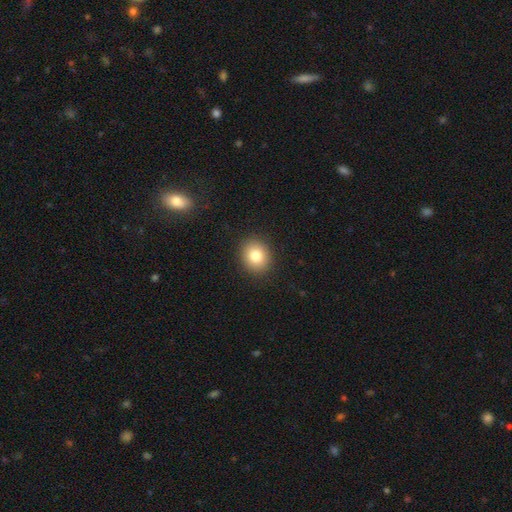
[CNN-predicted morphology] smooth-or-featured: smooth: 82% | star or artifact: 10% | featured or disk: 9%
  how-rounded: round: 70% | in between: 29% | cigar-shaped: 1%
  merging: none: 91% | minor disturbance: 6% | major disturbance: 2% | merger: 1%